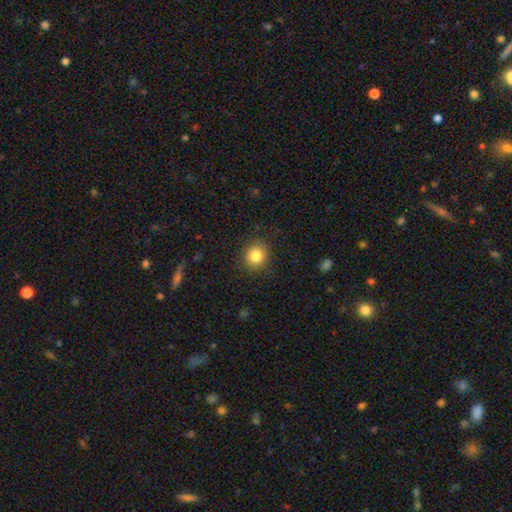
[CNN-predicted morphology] Smooth or featured: smooth — 84% (star or artifact — 10%)
How rounded: round — 83% (in between — 16%)
Merging: none — 88% (minor disturbance — 8%)